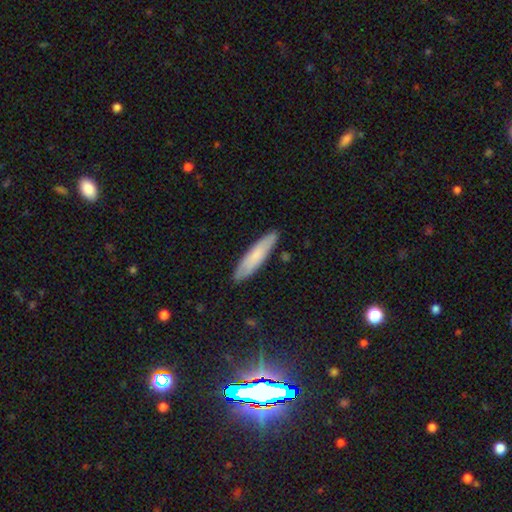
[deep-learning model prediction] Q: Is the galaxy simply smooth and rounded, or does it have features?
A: smooth — 75%.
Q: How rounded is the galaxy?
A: cigar-shaped — 80%.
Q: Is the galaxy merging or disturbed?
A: none — 87%.